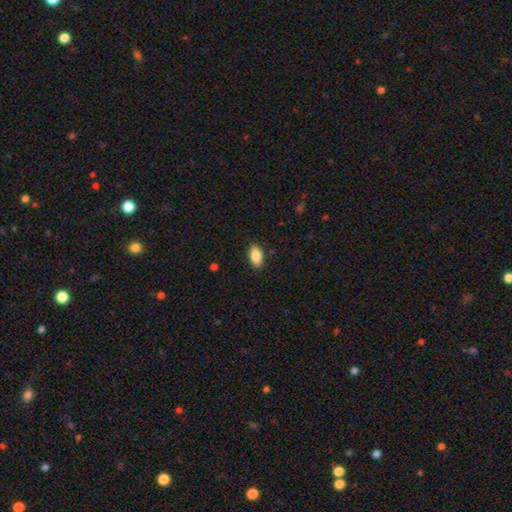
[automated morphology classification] This is clearly a smooth galaxy (86%). How rounded: clearly in between (92%). Merging: clearly none (87%).